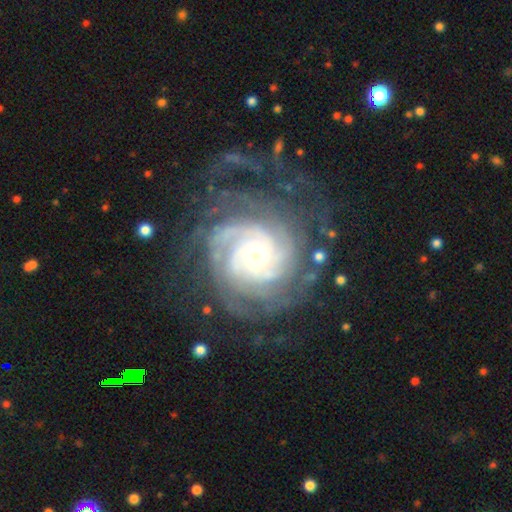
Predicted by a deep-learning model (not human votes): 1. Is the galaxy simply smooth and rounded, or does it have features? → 90% featured or disk, 5% star or artifact, 5% smooth.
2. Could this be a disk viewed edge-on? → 98% no, 2% yes.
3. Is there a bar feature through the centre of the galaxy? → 70% no, 22% weak, 8% strong.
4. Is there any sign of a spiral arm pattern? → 98% yes, 2% no.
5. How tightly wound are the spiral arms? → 75% tight, 21% medium, 4% loose.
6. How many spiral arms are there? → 24% can't tell, 20% 4, 18% 3, 16% more than 4, 15% 2, 8% 1.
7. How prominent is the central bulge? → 55% moderate, 36% small, 7% large, 1% dominant, 1% none.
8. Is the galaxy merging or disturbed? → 69% none, 16% minor disturbance, 13% major disturbance, 2% merger.